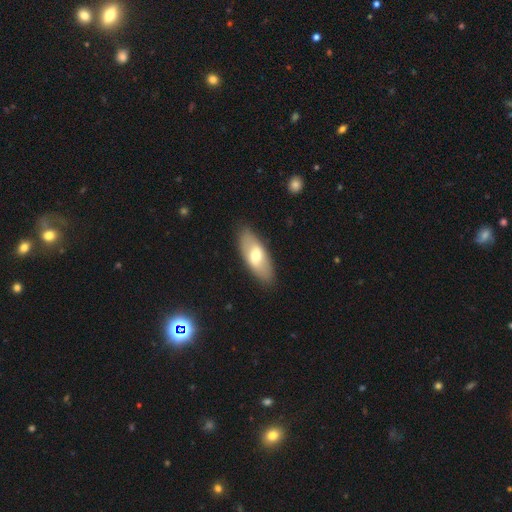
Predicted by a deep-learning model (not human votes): This is possibly a smooth galaxy (59%). How rounded: clearly in between (83%). Merging: clearly none (86%).